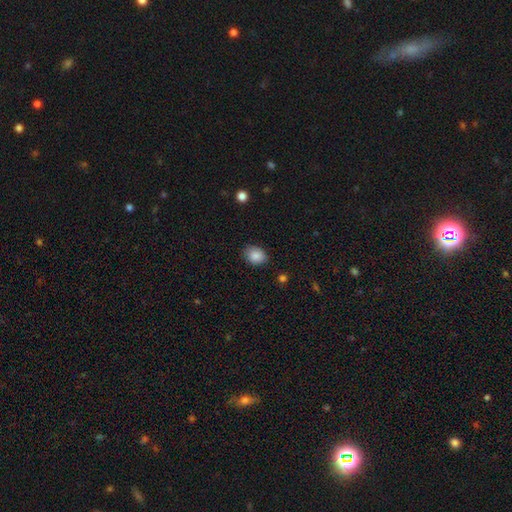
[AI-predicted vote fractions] Q: Smooth or featured?
A: smooth (86%); runner-up: star or artifact (9%)
Q: How rounded?
A: in between (54%); runner-up: round (45%)
Q: Merging?
A: none (79%); runner-up: minor disturbance (17%)